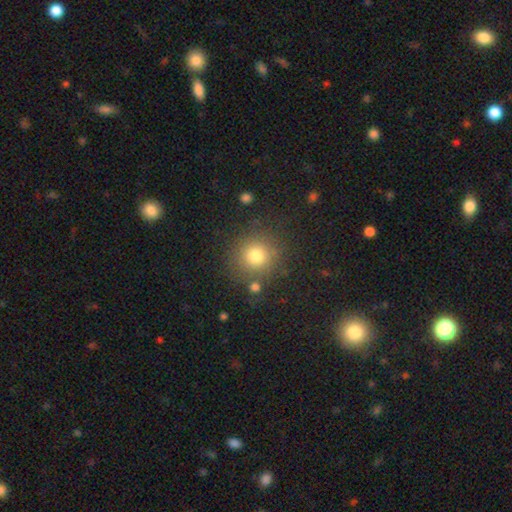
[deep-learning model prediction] Smooth or featured: smooth — 76% (star or artifact — 15%)
How rounded: round — 92% (in between — 7%)
Merging: none — 82% (minor disturbance — 9%)